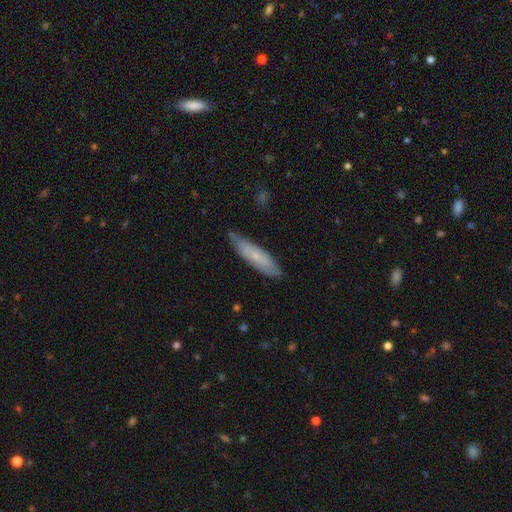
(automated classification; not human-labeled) A smooth galaxy with no disk features (62%) that is cigar-shaped (74%). Merging: none (78%).